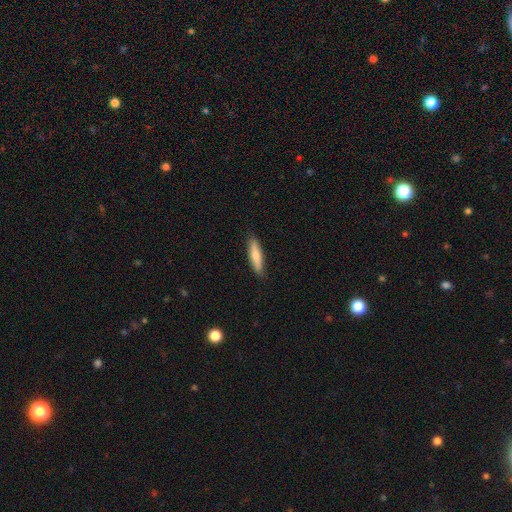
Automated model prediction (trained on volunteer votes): Overall: smooth (79%). How rounded: cigar-shaped (75%). Merging: none (87%).